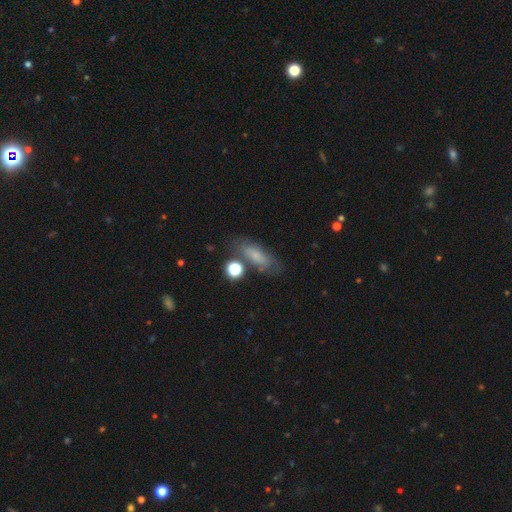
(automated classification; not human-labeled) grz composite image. It shows a smooth galaxy with no disk features (63%) that is in between round and cigar-shaped (64%). Merging: none (63%).